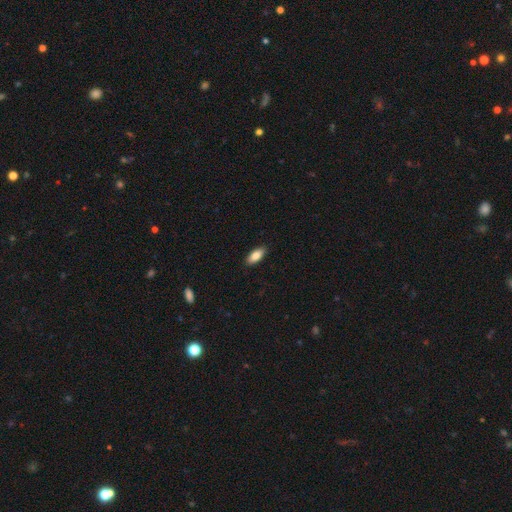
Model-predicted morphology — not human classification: smooth 86%, featured or disk 8%, star or artifact 6%. Down the decision tree: how rounded — in between (86%); merging — none (89%).